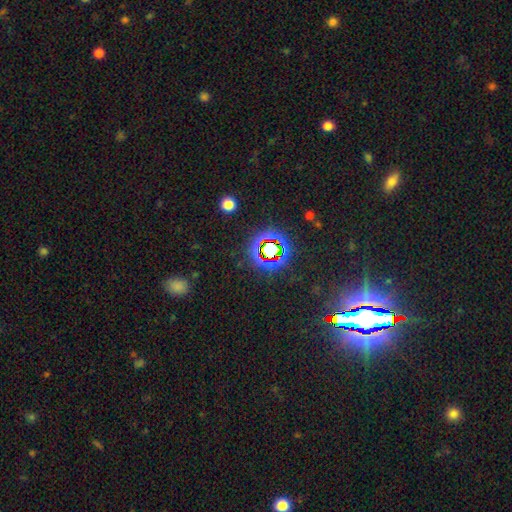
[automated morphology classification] This is clearly a star or artifact rather than a galaxy (80%).